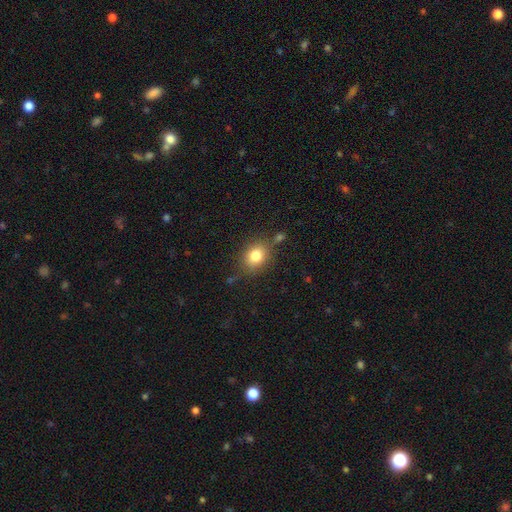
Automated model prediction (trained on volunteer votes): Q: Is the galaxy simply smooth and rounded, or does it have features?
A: smooth — 79%.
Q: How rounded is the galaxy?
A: round — 56%.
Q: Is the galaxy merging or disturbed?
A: none — 75%.